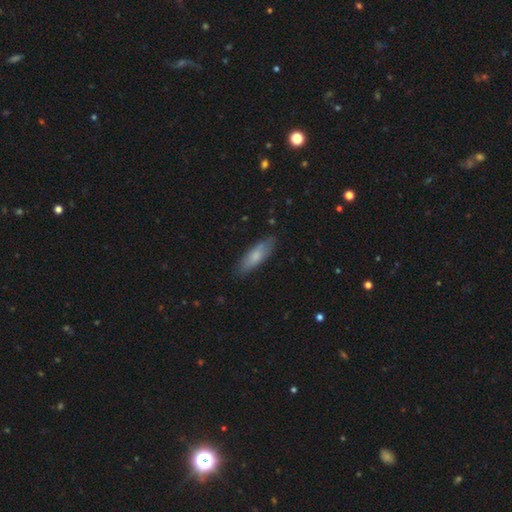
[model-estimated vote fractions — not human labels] smooth-or-featured: smooth: 75% | featured or disk: 19% | star or artifact: 6%
  how-rounded: cigar-shaped: 54% | in between: 44% | round: 2%
  merging: none: 84% | minor disturbance: 13% | major disturbance: 2% | merger: 1%